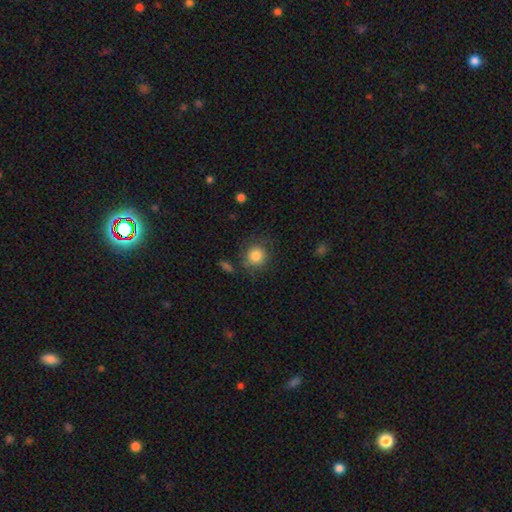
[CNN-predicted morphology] Q: Smooth or featured?
A: smooth (84%); runner-up: star or artifact (9%)
Q: How rounded?
A: round (91%); runner-up: in between (8%)
Q: Merging?
A: none (77%); runner-up: minor disturbance (15%)